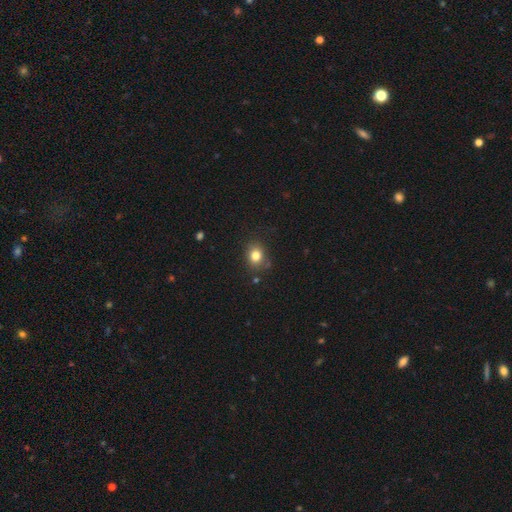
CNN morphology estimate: The model was most divided on "how rounded": round: 64%, in between: 35%, cigar-shaped: 1%. More confident: smooth or featured — smooth (81%); merging — none (80%).